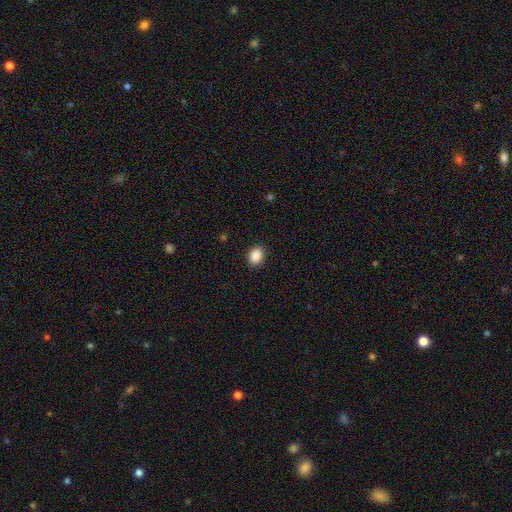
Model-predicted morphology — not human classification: A smooth galaxy with no disk features (88%) that is in between round and cigar-shaped (53%).

Vote fractions:
- Smooth or featured? smooth: 88% / star or artifact: 9% / featured or disk: 3%
- How rounded? in between: 53% / round: 47% / cigar-shaped: 1%
- Merging? none: 88% / minor disturbance: 8% / major disturbance: 2% / merger: 1%